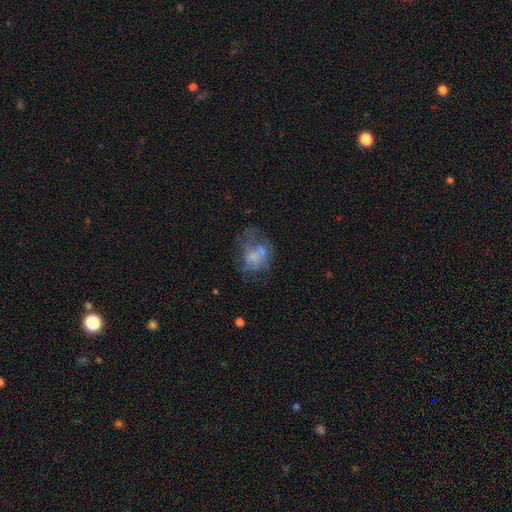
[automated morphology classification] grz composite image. It shows a featured or disk galaxy (49%). Merging: major disturbance (33%).